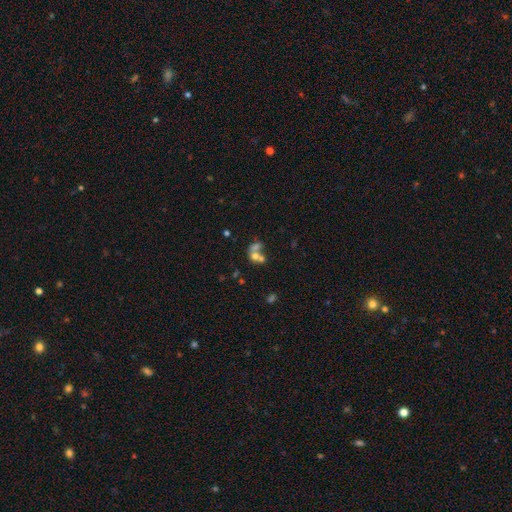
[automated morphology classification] smooth-or-featured: smooth: 57% | featured or disk: 28% | star or artifact: 15%
  how-rounded: in between: 51% | round: 47% | cigar-shaped: 2%
  merging: merger: 65% | none: 21% | major disturbance: 8% | minor disturbance: 7%